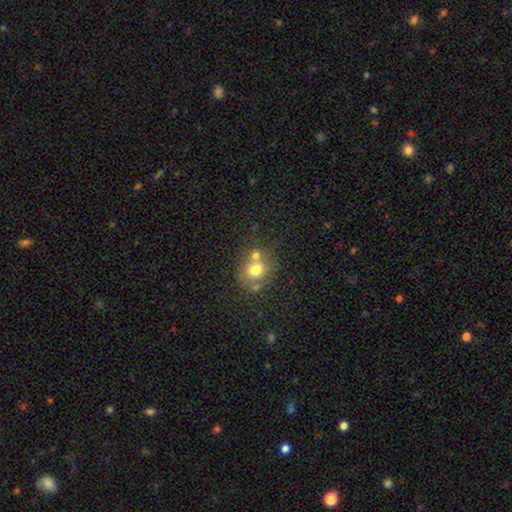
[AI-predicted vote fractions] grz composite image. It shows a smooth galaxy with no disk features (70%) that is round (74%). Merging: none (49%).